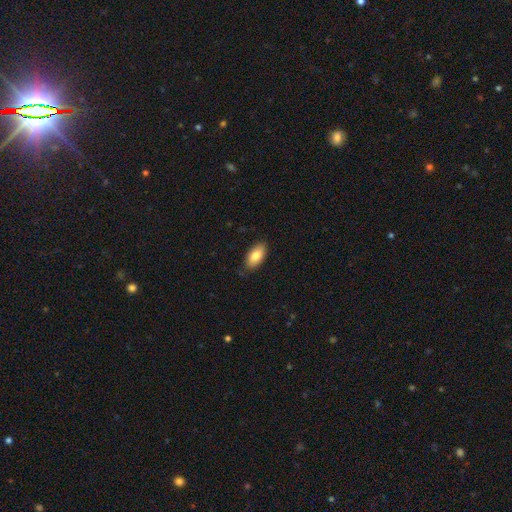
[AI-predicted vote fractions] Smooth or featured: smooth — 82% (featured or disk — 11%)
How rounded: in between — 93% (cigar-shaped — 4%)
Merging: none — 80% (minor disturbance — 16%)